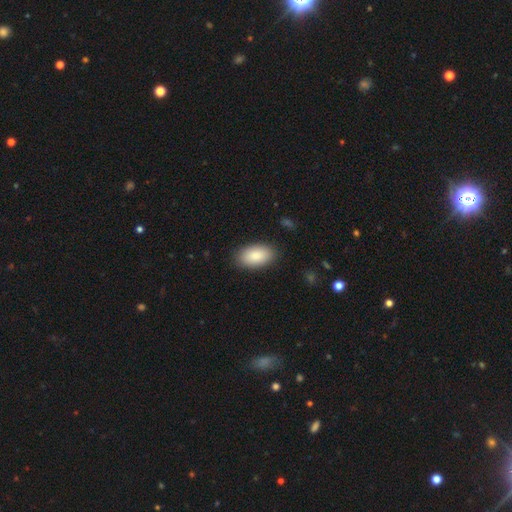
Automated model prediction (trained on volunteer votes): This appears to be a smooth galaxy with no disk features (89%) that is in between round and cigar-shaped (95%). Merging: none (87%).